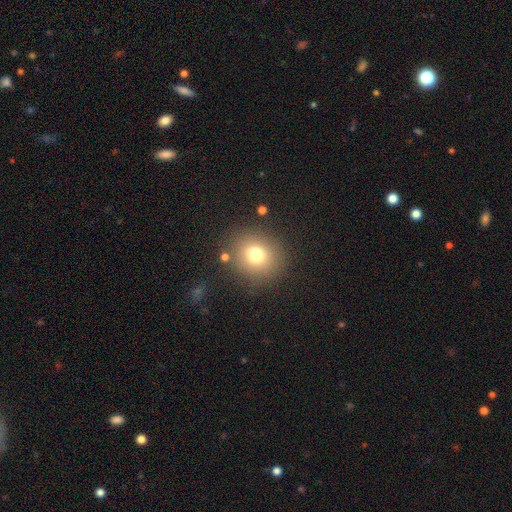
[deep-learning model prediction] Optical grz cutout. It shows a smooth galaxy with no disk features (73%) that is round (82%). Merging: none (81%).